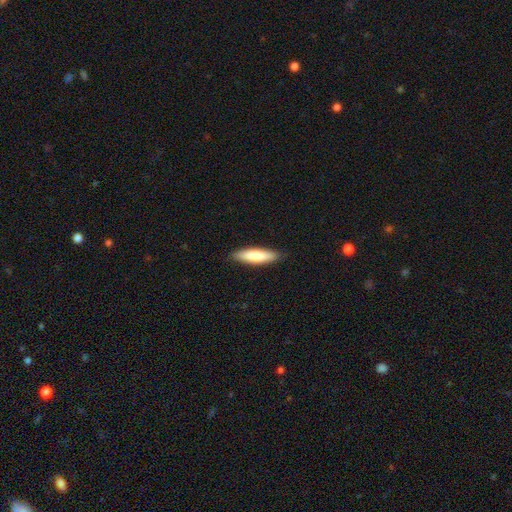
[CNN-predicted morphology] This appears to be a smooth galaxy with no disk features (81%) that is cigar-shaped (68%). Merging: none (87%).